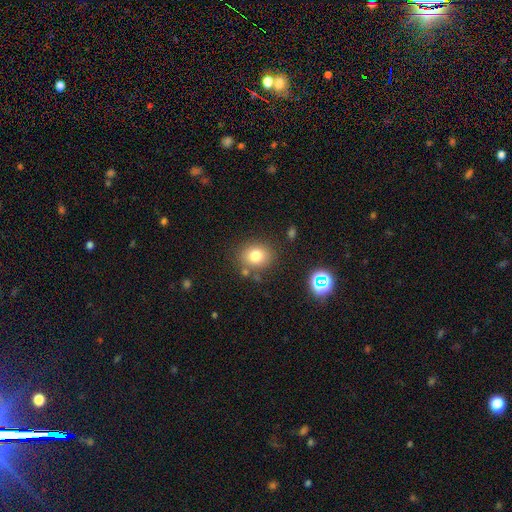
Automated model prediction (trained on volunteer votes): A smooth galaxy with no disk features (78%) that is round (69%). Merging: none (79%).